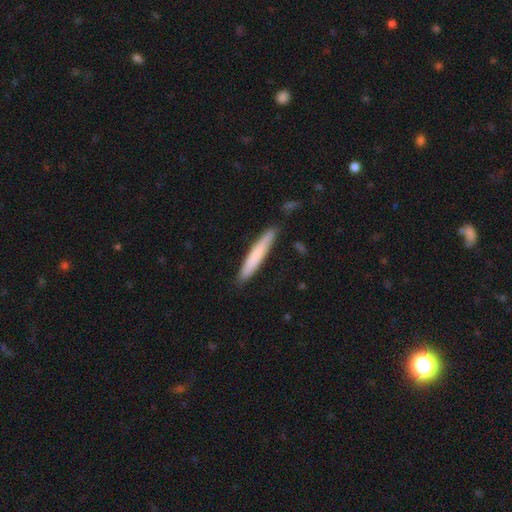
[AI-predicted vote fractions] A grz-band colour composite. It shows a smooth galaxy with no disk features (73%) that is cigar-shaped (94%). Merging: none (86%).